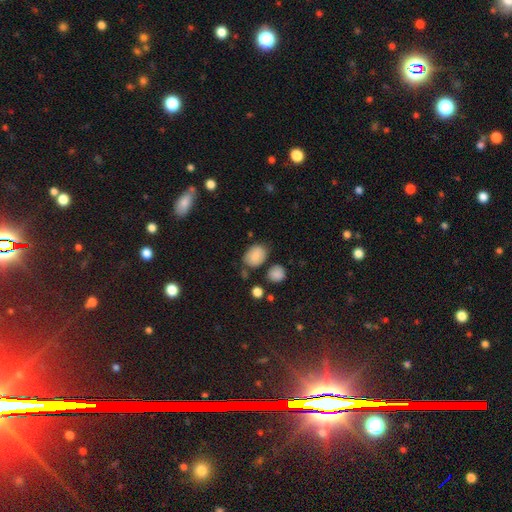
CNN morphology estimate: Q: Smooth or featured?
A: smooth (83%); runner-up: star or artifact (9%)
Q: How rounded?
A: in between (66%); runner-up: round (33%)
Q: Merging?
A: none (69%); runner-up: minor disturbance (19%)